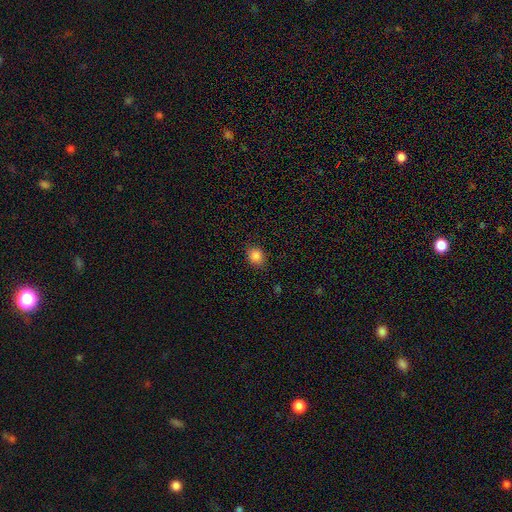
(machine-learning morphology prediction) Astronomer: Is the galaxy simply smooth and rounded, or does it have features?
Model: smooth — 85%.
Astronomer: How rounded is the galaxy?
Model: round — 67%.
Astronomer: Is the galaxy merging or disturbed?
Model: none — 85%.